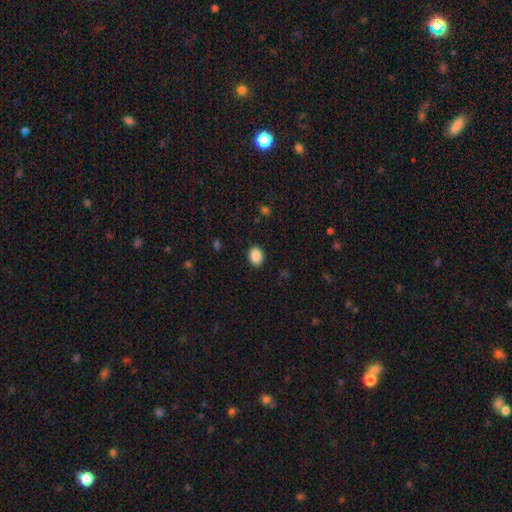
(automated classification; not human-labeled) Smooth or featured? Predicted: smooth (p=0.89). How rounded? Predicted: in between (p=0.65). Merging? Predicted: none (p=0.88).